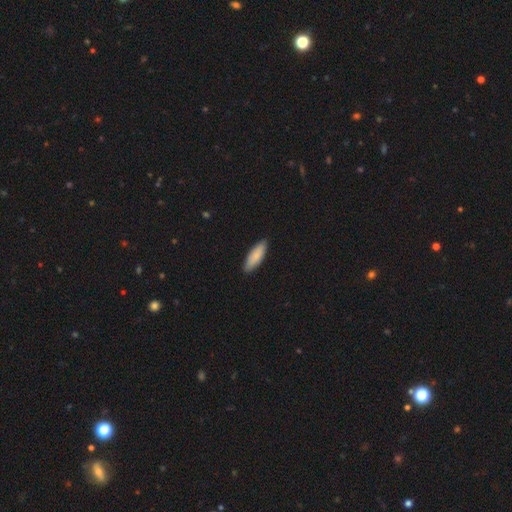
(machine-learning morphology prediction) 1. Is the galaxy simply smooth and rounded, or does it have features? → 84% smooth, 11% featured or disk, 5% star or artifact.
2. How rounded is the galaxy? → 60% in between, 38% cigar-shaped, 2% round.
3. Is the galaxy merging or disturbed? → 87% none, 10% minor disturbance, 2% major disturbance, 1% merger.